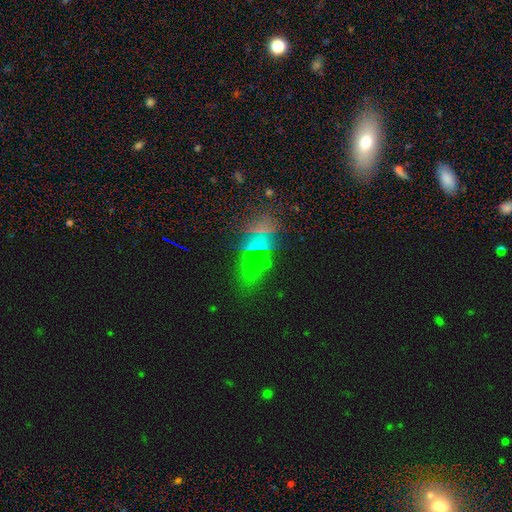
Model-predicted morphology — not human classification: This is possibly a smooth galaxy (49%). Merging: likely none (70%).